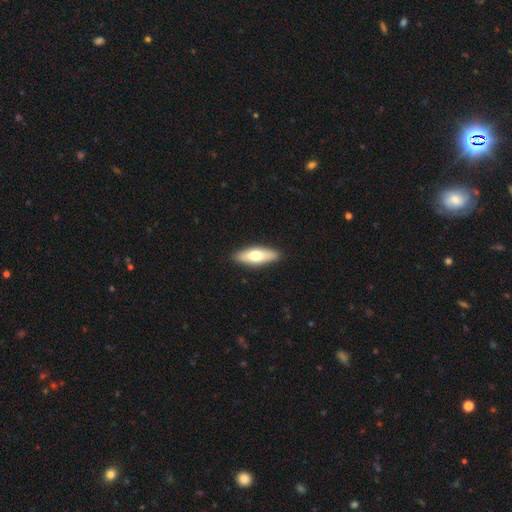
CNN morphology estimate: The model was most divided on "how rounded": in between: 59%, cigar-shaped: 38%, round: 2%. More confident: merging — none (89%); smooth or featured — smooth (64%).